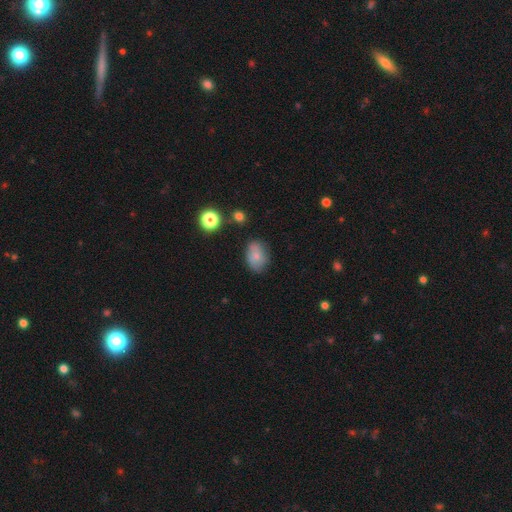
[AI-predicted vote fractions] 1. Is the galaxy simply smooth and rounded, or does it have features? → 76% smooth, 14% featured or disk, 9% star or artifact.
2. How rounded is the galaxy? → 79% in between, 19% round, 1% cigar-shaped.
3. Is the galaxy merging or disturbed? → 71% none, 21% minor disturbance, 5% major disturbance, 4% merger.